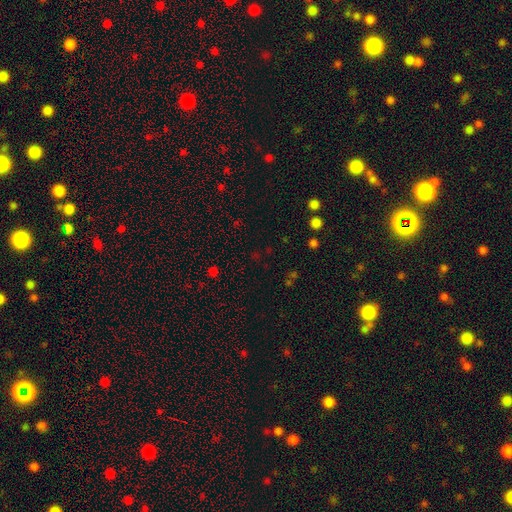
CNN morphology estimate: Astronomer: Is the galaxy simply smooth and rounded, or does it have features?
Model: star or artifact — 58% (runner-up: smooth, 34%).